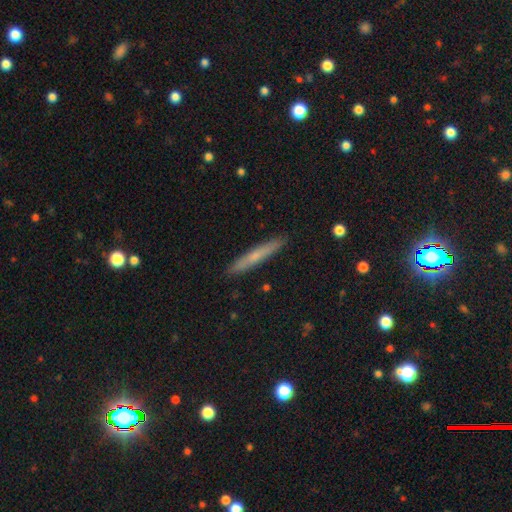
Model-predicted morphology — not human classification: A smooth galaxy with no disk features (58%) that is cigar-shaped (95%). Merging: none (91%).